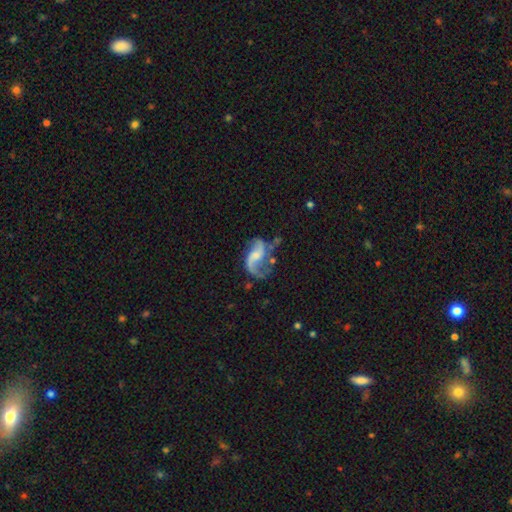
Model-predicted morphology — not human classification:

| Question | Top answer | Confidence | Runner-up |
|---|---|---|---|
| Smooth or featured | featured or disk | 84% | smooth (9%) |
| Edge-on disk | no | 98% | yes (2%) |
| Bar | no | 49% | weak (40%) |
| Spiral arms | yes | 94% | no (6%) |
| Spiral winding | loose | 68% | medium (27%) |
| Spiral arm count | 2 | 83% | 1 (10%) |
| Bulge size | small | 39% | moderate (31%) |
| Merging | none | 47% | major disturbance (25%) |